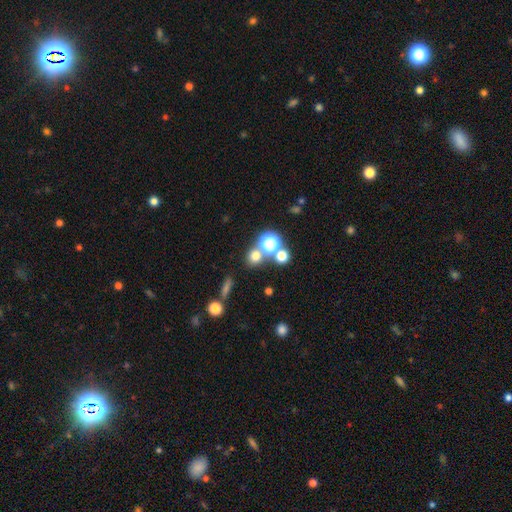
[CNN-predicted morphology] smooth-or-featured: smooth: 66% | star or artifact: 25% | featured or disk: 9%
  how-rounded: round: 84% | in between: 15% | cigar-shaped: 1%
  merging: none: 64% | merger: 24% | minor disturbance: 8% | major disturbance: 4%